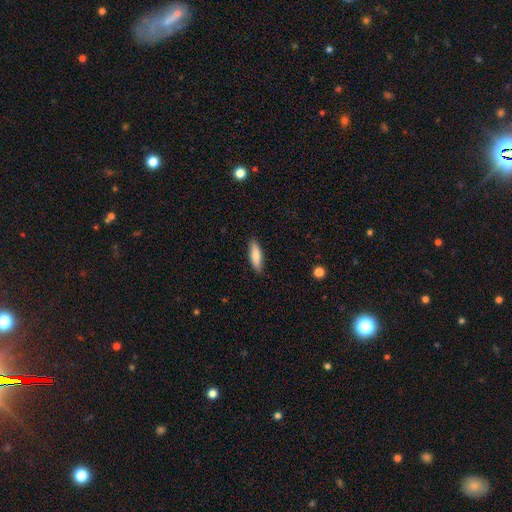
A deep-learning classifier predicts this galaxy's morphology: smooth 78%, featured or disk 16%, star or artifact 6%. Down the decision tree: how rounded — cigar-shaped (54%); merging — none (88%).